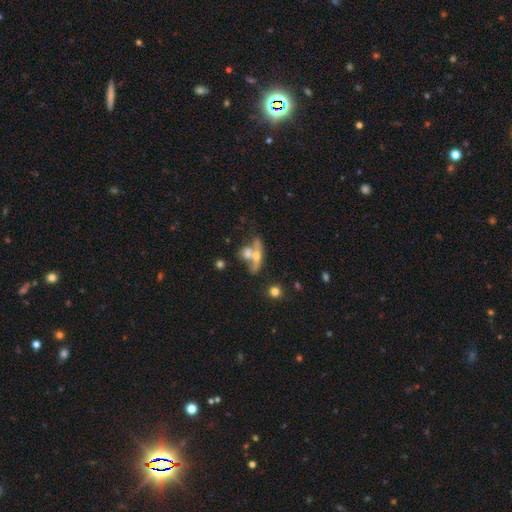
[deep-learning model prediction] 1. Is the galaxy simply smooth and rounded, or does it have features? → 52% featured or disk, 37% smooth, 11% star or artifact.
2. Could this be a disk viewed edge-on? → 57% yes, 43% no.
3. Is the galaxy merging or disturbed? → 43% merger, 36% none, 12% minor disturbance, 9% major disturbance.